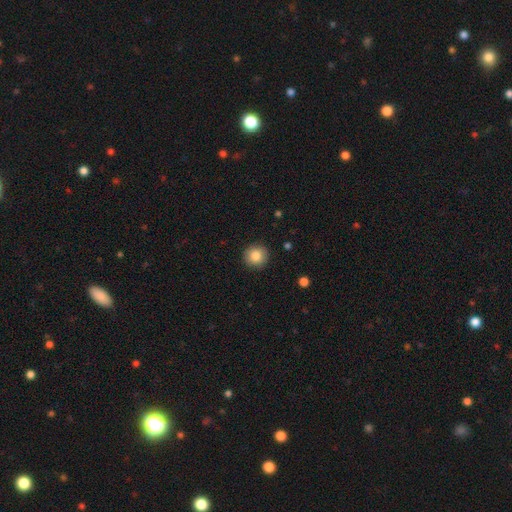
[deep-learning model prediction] Smooth or featured? smooth (85%)
How rounded? round (93%)
Merging? none (91%)